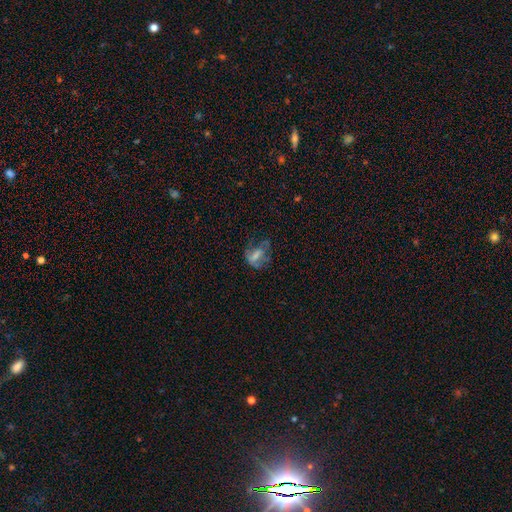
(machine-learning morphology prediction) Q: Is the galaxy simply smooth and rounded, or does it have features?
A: featured or disk — 43%.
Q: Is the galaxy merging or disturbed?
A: none — 43%.